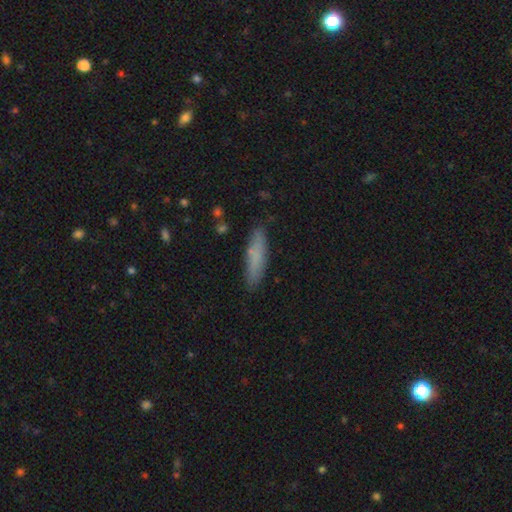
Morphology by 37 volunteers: smooth_or_featured: smooth (p=0.92) [alt: featured or disk p=0.05]
how_rounded: cigar-shaped (p=0.82) [alt: in between p=0.15]
merging: none (p=0.78) [alt: minor disturbance p=0.11]